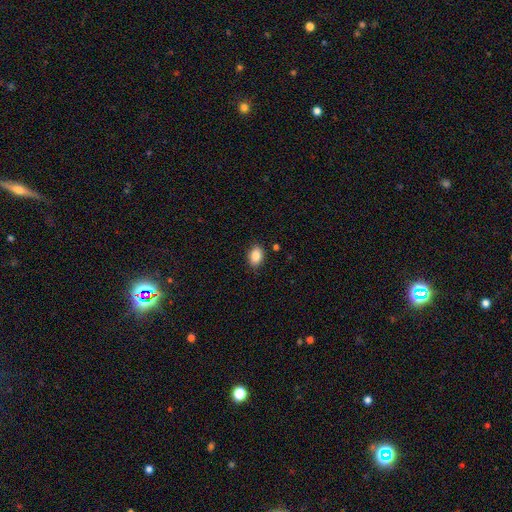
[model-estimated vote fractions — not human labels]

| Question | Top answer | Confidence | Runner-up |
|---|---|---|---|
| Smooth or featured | smooth | 87% | star or artifact (8%) |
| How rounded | in between | 80% | round (19%) |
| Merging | none | 86% | minor disturbance (10%) |